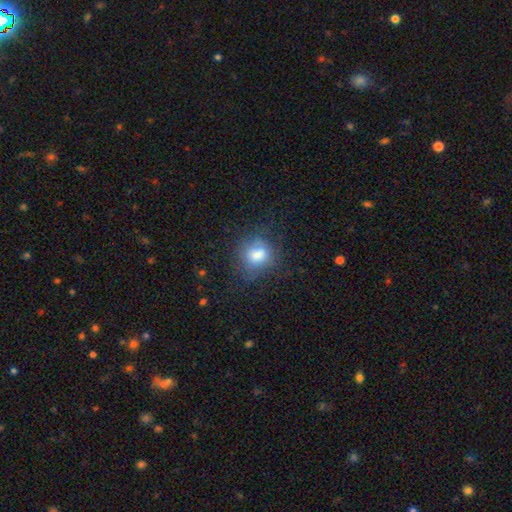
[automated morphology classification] This is likely a smooth galaxy (76%). How rounded: likely round (70%). Merging: likely none (63%).